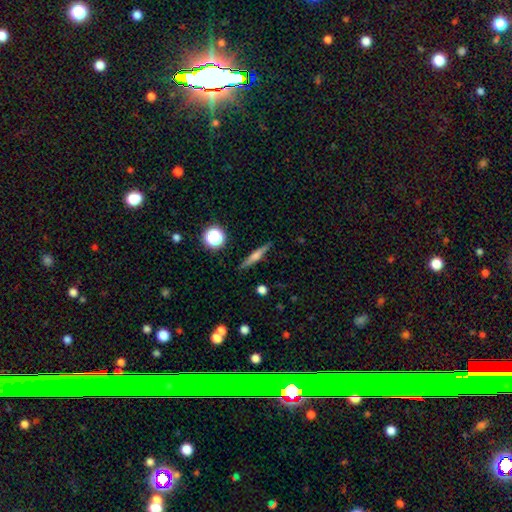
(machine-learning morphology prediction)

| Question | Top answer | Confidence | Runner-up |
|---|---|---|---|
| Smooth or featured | featured or disk | 48% | smooth (43%) |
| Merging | none | 88% | minor disturbance (9%) |